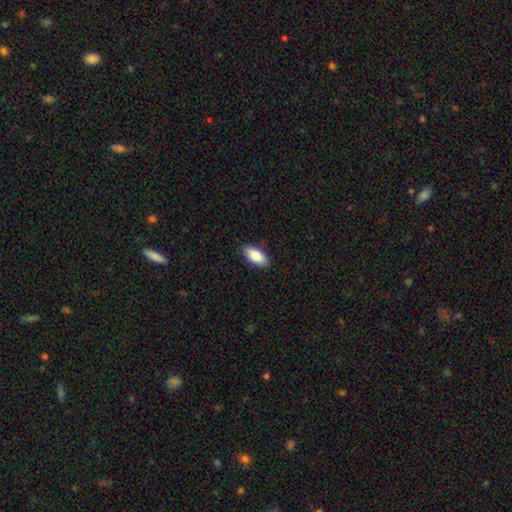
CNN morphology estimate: This appears to be a smooth galaxy with no disk features (88%) that is in between round and cigar-shaped (92%). Merging: none (87%).